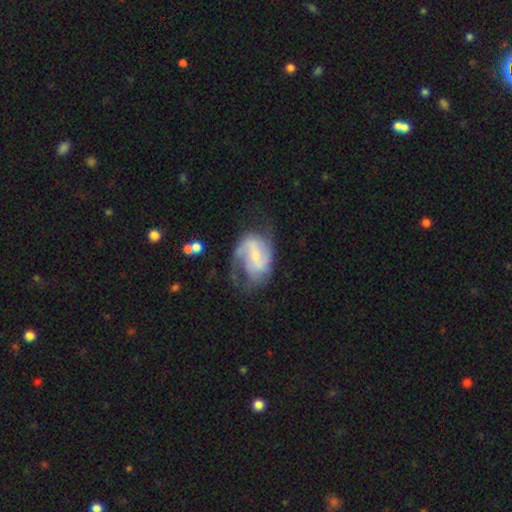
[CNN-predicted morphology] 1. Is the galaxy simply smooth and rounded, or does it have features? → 72% featured or disk, 21% smooth, 7% star or artifact.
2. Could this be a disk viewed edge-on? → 97% no, 3% yes.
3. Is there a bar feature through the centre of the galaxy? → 47% weak, 34% no, 19% strong.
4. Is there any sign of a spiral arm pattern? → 85% yes, 15% no.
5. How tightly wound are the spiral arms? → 45% medium, 34% loose, 21% tight.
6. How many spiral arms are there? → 60% 2, 19% can't tell, 11% 1, 6% 3, 2% 4, 2% more than 4.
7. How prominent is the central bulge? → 57% small, 27% moderate, 12% none, 3% large, 1% dominant.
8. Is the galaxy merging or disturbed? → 41% none, 31% major disturbance, 25% minor disturbance, 3% merger.